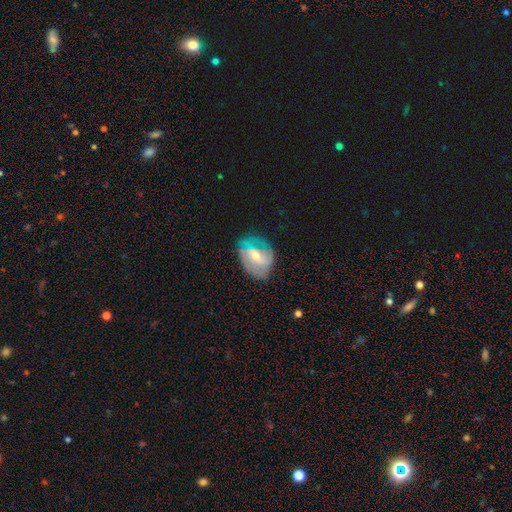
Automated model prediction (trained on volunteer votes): This appears to be a featured or disk galaxy (60%) with a weak bar (47%), spiral arms (72%) and a moderate central bulge (47%). Merging: none (55%).